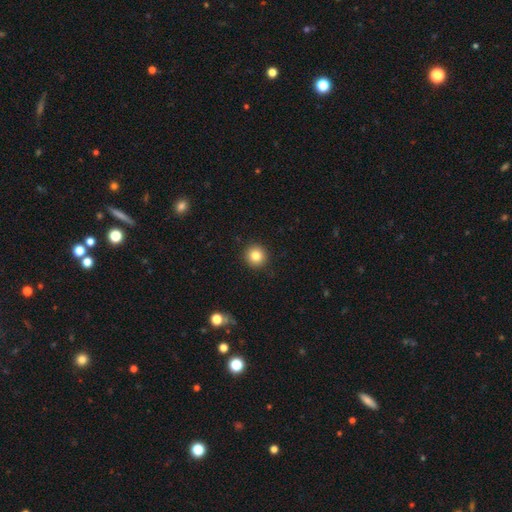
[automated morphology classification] The model was most divided on "smooth or featured": smooth: 83%, star or artifact: 11%, featured or disk: 7%. More confident: how rounded — round (95%); merging — none (92%).